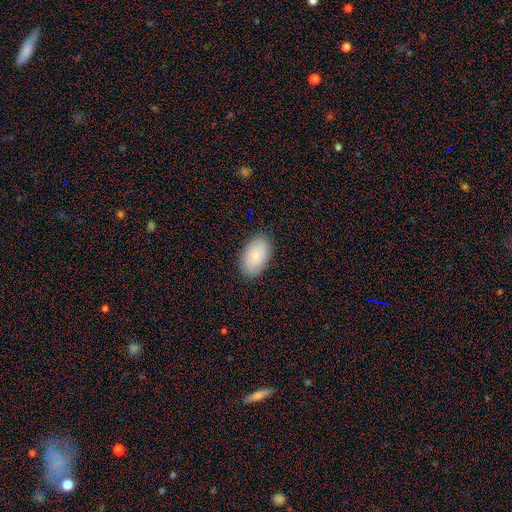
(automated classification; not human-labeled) Smooth or featured? Predicted: smooth (p=0.79). How rounded? Predicted: in between (p=0.94). Merging? Predicted: none (p=0.87).